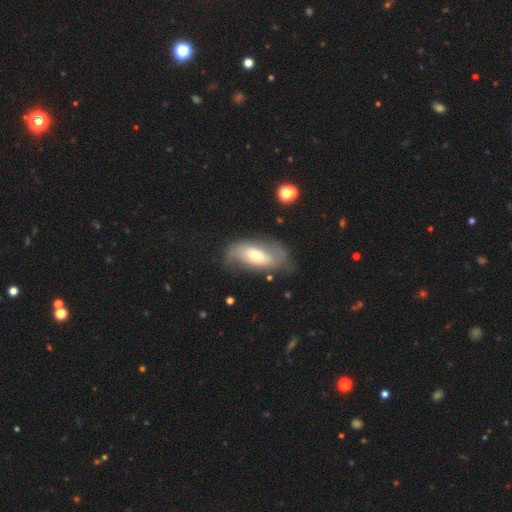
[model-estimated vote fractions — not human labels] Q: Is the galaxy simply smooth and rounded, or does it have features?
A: featured or disk — 57%.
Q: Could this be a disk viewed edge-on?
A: no — 89%.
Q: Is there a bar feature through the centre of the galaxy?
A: no — 50%.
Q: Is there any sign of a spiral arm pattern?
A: yes — 69%.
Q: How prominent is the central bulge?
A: moderate — 51%.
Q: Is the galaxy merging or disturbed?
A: none — 62%.